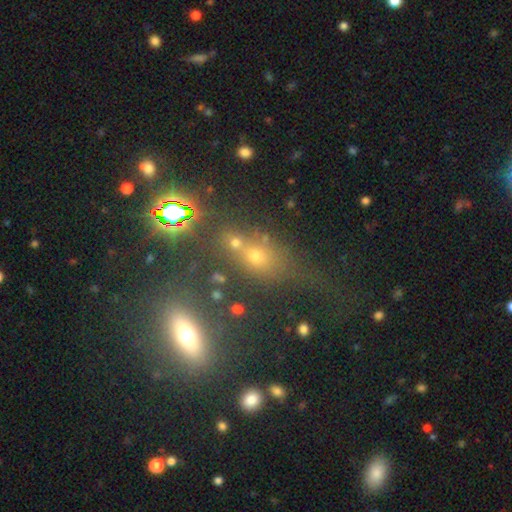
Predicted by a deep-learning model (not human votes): A smooth galaxy with no disk features (52%) that is in between round and cigar-shaped (51%).

Vote fractions:
- Smooth or featured? smooth: 52% / star or artifact: 33% / featured or disk: 15%
- How rounded? in between: 51% / round: 41% / cigar-shaped: 8%
- Merging? none: 49% / merger: 29% / minor disturbance: 13% / major disturbance: 9%